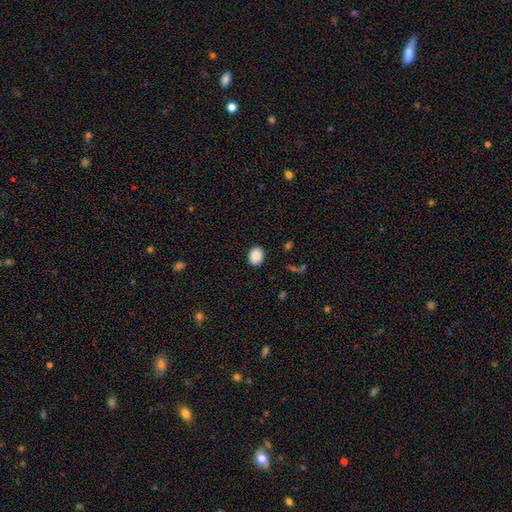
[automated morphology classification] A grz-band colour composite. It shows a smooth galaxy with no disk features (89%) that is in between round and cigar-shaped (51%). Merging: none (89%).